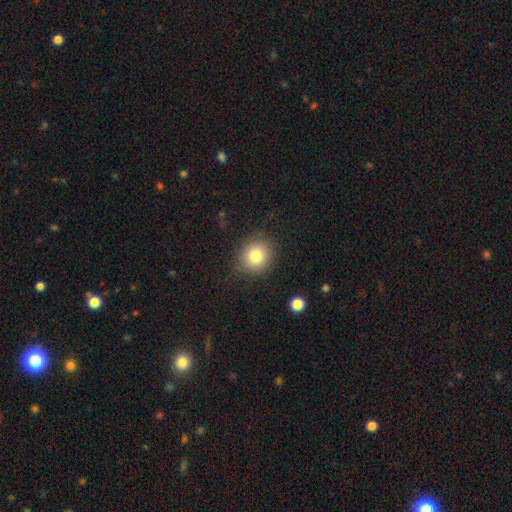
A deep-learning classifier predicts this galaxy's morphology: type=smooth (80%); roundness=round (83%); merging=none (84%).